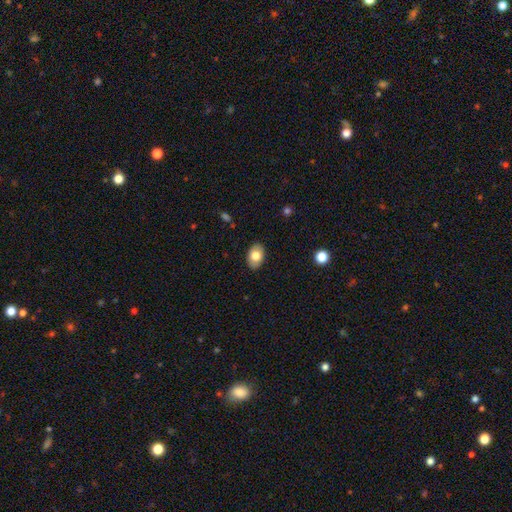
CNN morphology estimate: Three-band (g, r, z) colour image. It shows a smooth galaxy with no disk features (79%) that is in between round and cigar-shaped (86%). Merging: none (87%).